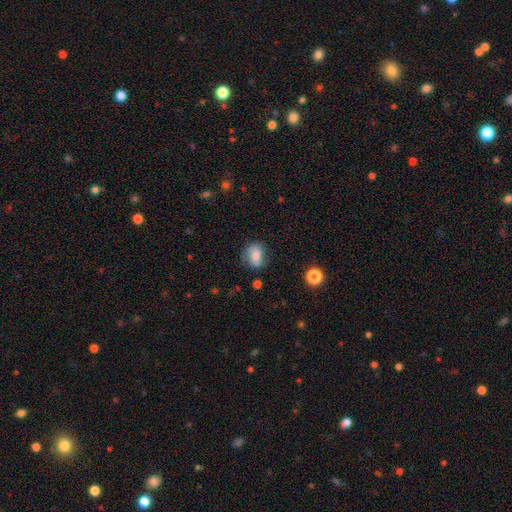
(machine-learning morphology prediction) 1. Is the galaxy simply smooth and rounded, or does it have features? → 72% smooth, 19% featured or disk, 9% star or artifact.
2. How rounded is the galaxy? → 60% in between, 38% round, 2% cigar-shaped.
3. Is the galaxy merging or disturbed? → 66% none, 24% minor disturbance, 9% major disturbance, 2% merger.